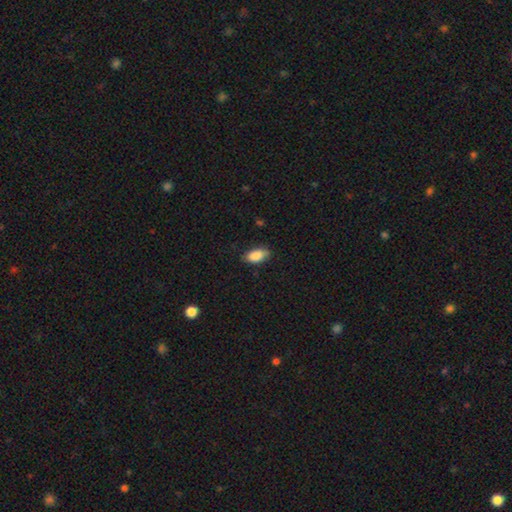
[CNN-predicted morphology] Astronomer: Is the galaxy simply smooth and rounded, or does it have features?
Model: smooth — 88%.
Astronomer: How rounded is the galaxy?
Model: in between — 92%.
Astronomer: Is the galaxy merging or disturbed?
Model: none — 79%.